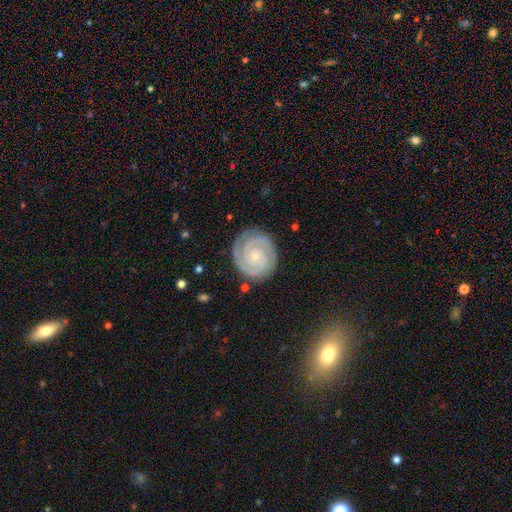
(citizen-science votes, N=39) This appears to be a featured or disk galaxy (95%) with no bar (73%), 2 (89%) tight (70%) spiral arms (100%) and a small central bulge (84%). Merging: none (87%).